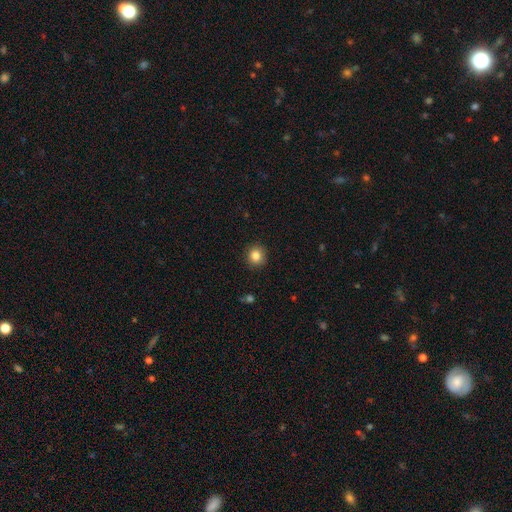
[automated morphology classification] smooth-or-featured: smooth: 85% | star or artifact: 10% | featured or disk: 5%
  how-rounded: round: 91% | in between: 8% | cigar-shaped: 1%
  merging: none: 91% | minor disturbance: 6% | major disturbance: 2% | merger: 1%